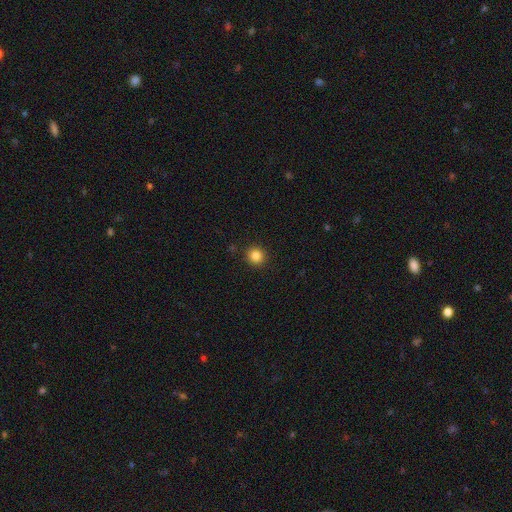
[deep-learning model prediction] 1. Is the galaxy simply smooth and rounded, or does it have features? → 84% smooth, 11% star or artifact, 4% featured or disk.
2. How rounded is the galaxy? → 93% round, 6% in between, 1% cigar-shaped.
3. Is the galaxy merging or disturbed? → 91% none, 5% minor disturbance, 2% major disturbance, 1% merger.